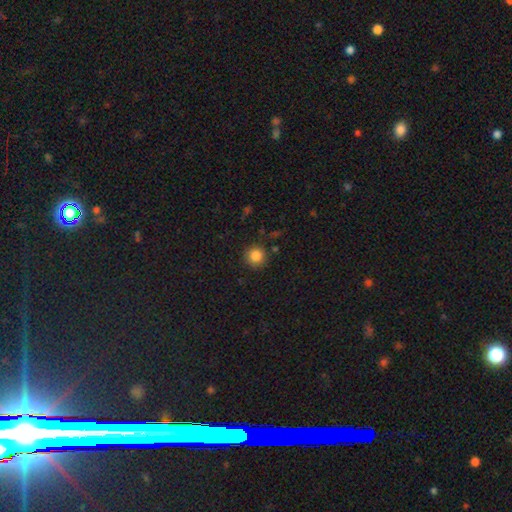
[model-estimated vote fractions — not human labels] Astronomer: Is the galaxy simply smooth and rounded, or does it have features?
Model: smooth — 85%.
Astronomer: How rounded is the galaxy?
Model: round — 94%.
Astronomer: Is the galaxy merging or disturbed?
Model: none — 88%.